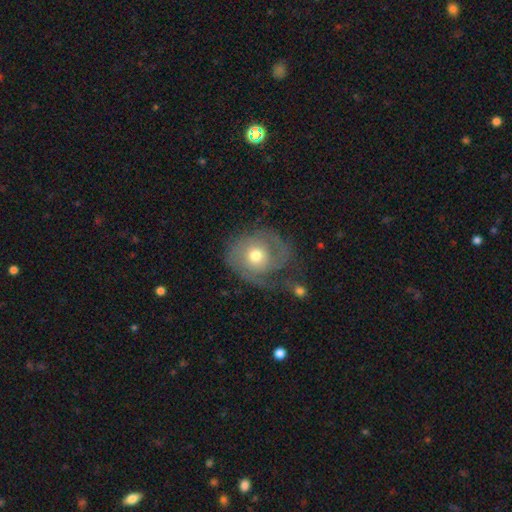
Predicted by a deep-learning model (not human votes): This is possibly a featured or disk galaxy (51%). It is clearly not viewed edge-on (96%). Merging: marginally none (36%).